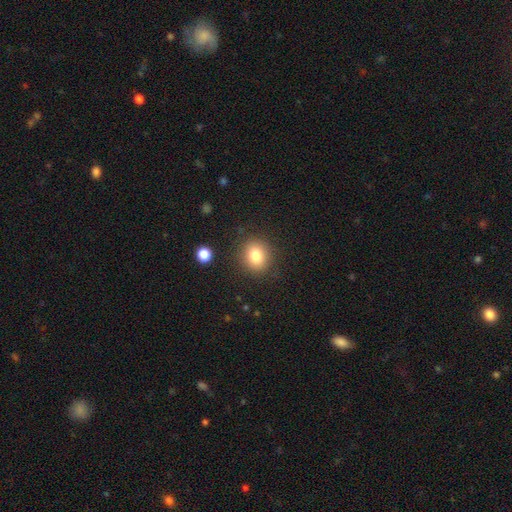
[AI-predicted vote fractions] Smooth or featured?
  - smooth: 81% *
  - star or artifact: 11%
  - featured or disk: 8%
How rounded?
  - round: 71% *
  - in between: 28%
  - cigar-shaped: 1%
Merging?
  - none: 87% *
  - minor disturbance: 8%
  - major disturbance: 3%
  - merger: 2%